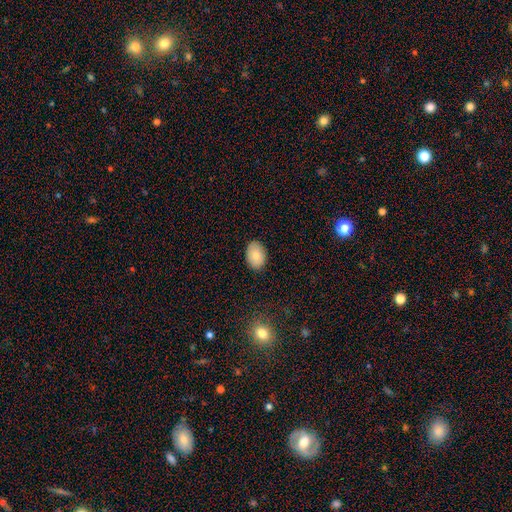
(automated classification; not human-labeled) The model was most divided on "how rounded": in between: 85%, round: 14%, cigar-shaped: 1%. More confident: merging — none (87%); smooth or featured — smooth (84%).